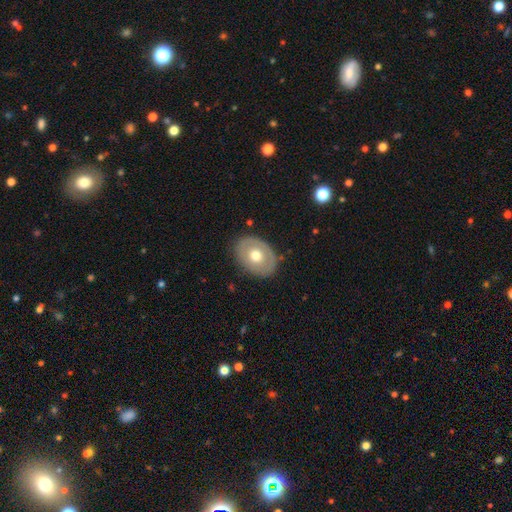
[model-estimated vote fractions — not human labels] smooth_or_featured: smooth (p=0.55) [alt: featured or disk p=0.40]
how_rounded: in between (p=0.69) [alt: round p=0.30]
merging: none (p=0.83) [alt: minor disturbance p=0.12]